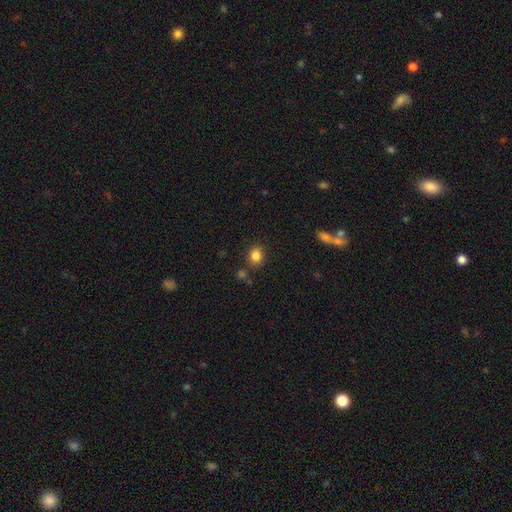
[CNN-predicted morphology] Smooth or featured: smooth — 84% (star or artifact — 11%)
How rounded: round — 65% (in between — 34%)
Merging: none — 80% (minor disturbance — 11%)